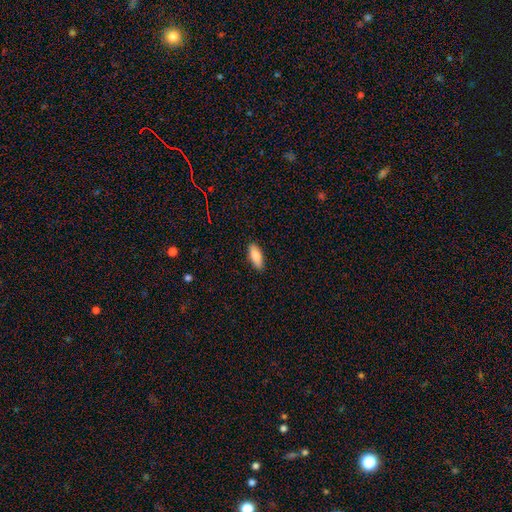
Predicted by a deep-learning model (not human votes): Overall: smooth (83%). How rounded: in between (77%). Merging: none (89%).